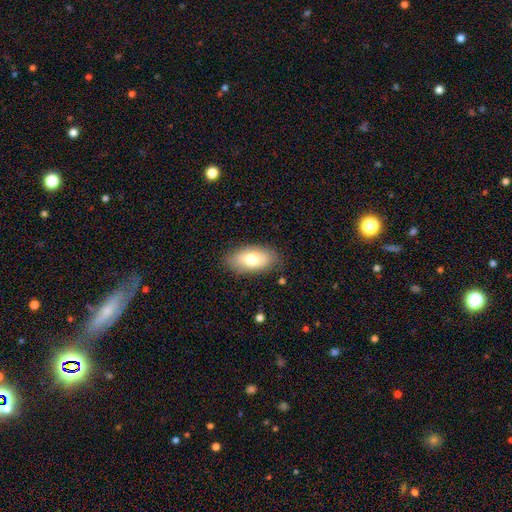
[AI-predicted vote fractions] Overall: smooth (70%). How rounded: in between (92%). Merging: none (83%).